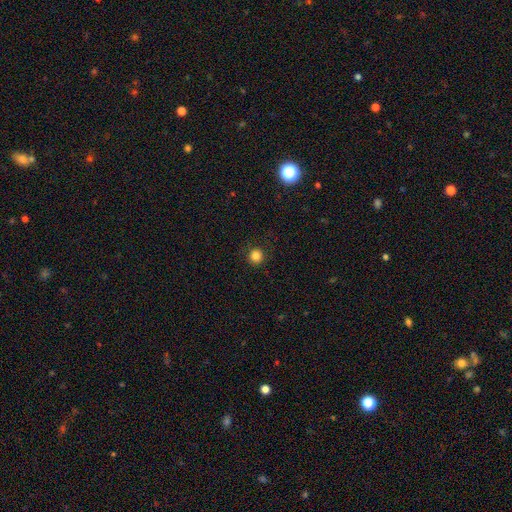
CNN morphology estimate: smooth_or_featured: smooth (p=0.84) [alt: star or artifact p=0.13]
how_rounded: round (p=0.93) [alt: in between p=0.06]
merging: none (p=0.90) [alt: minor disturbance p=0.07]